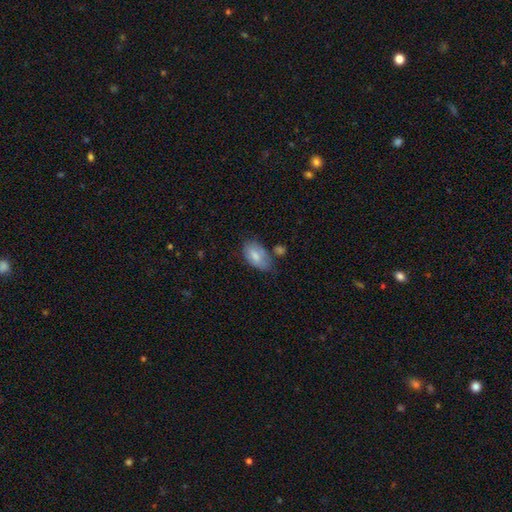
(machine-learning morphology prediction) Smooth or featured: smooth — 74% (featured or disk — 20%)
How rounded: in between — 93% (round — 5%)
Merging: none — 53% (minor disturbance — 31%)